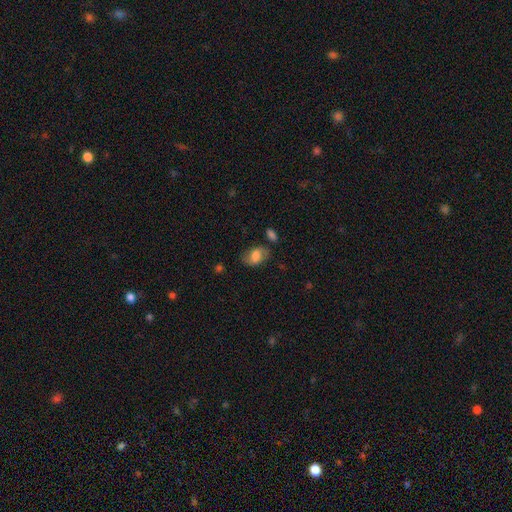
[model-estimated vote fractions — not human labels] Morphology: type=smooth (64%); roundness=in between (85%); merging=none (66%).